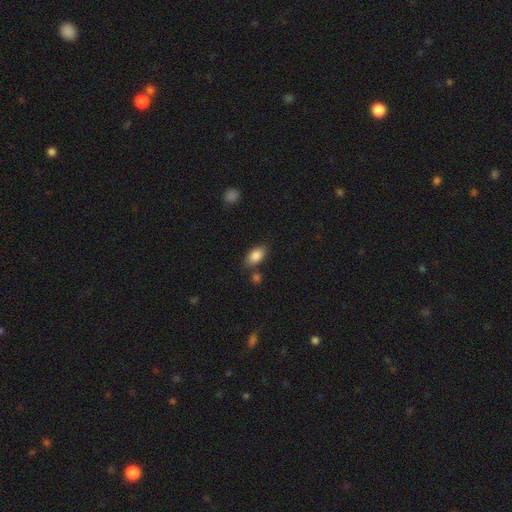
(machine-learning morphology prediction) The model was most divided on "merging": none: 76%, minor disturbance: 14%, merger: 7%, major disturbance: 3%. More confident: how rounded — in between (91%); smooth or featured — smooth (86%).